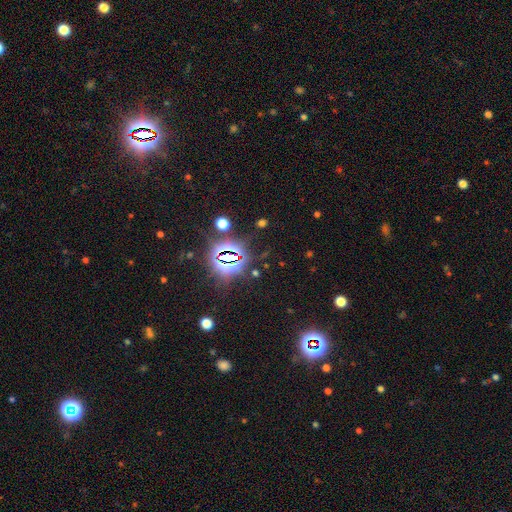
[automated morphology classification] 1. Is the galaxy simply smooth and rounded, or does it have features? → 83% star or artifact, 10% smooth, 7% featured or disk.